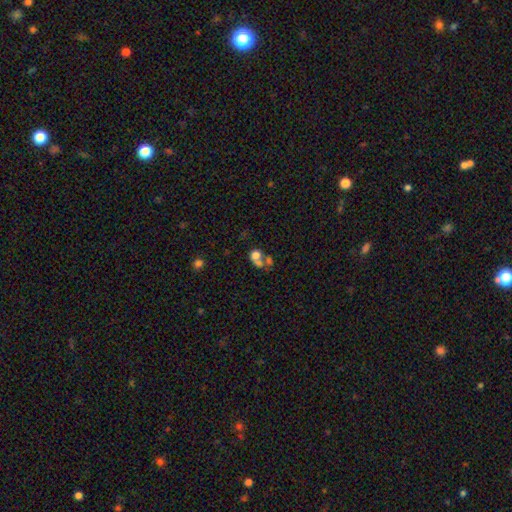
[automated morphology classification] Q: Smooth or featured?
A: smooth (64%); runner-up: featured or disk (23%)
Q: How rounded?
A: round (62%); runner-up: in between (36%)
Q: Merging?
A: merger (61%); runner-up: none (22%)